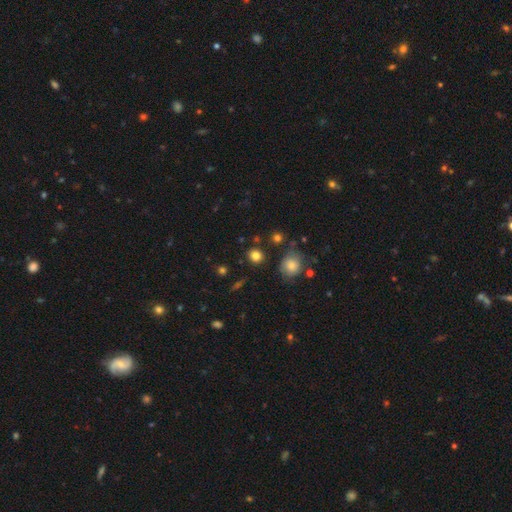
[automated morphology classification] Smooth or featured? smooth (82%)
How rounded? round (84%)
Merging? none (85%)